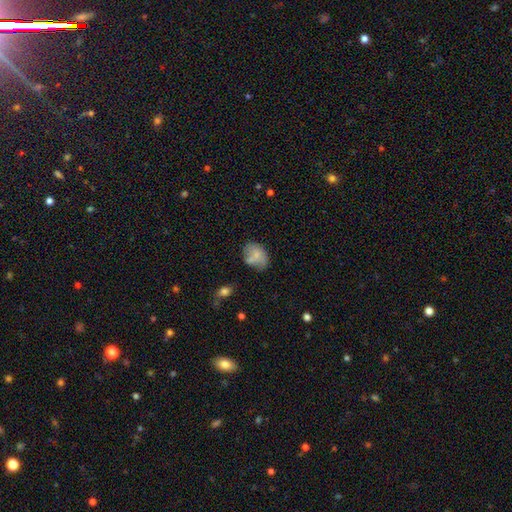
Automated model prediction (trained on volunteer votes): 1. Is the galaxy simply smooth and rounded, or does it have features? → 70% smooth, 21% featured or disk, 9% star or artifact.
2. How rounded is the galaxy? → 69% in between, 30% round, 1% cigar-shaped.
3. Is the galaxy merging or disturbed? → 52% none, 27% minor disturbance, 11% merger, 9% major disturbance.